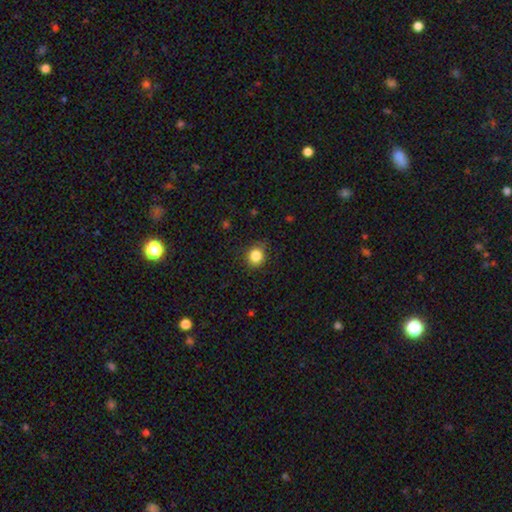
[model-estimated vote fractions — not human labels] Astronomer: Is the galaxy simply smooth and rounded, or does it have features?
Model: smooth — 84%.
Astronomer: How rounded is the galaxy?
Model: round — 78%.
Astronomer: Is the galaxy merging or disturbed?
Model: none — 83%.